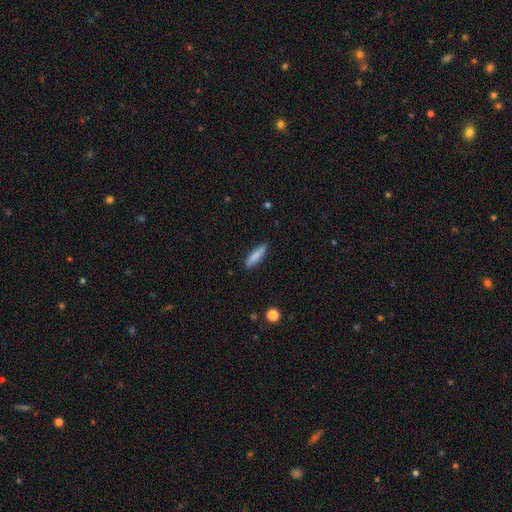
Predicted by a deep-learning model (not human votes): A smooth galaxy with no disk features (82%) that is cigar-shaped (77%).

Vote fractions:
- Smooth or featured? smooth: 82% / featured or disk: 12% / star or artifact: 6%
- How rounded? cigar-shaped: 77% / in between: 22% / round: 1%
- Merging? none: 87% / minor disturbance: 10% / major disturbance: 2% / merger: 1%